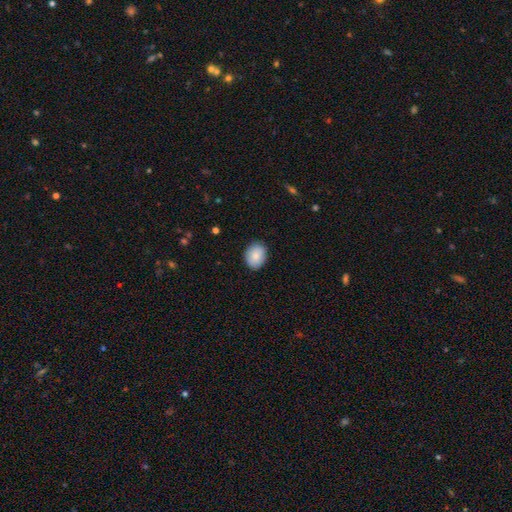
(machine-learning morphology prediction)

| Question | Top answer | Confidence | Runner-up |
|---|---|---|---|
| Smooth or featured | smooth | 83% | featured or disk (10%) |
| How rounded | in between | 59% | round (40%) |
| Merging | none | 84% | minor disturbance (13%) |